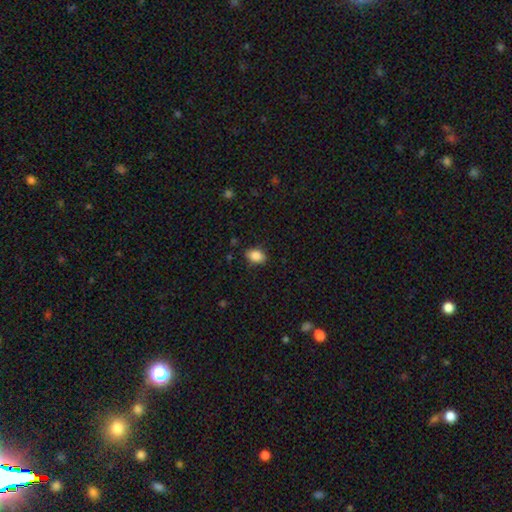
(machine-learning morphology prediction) A smooth galaxy with no disk features (86%) that is in between round and cigar-shaped (82%).

Vote fractions:
- Smooth or featured? smooth: 86% / star or artifact: 8% / featured or disk: 6%
- How rounded? in between: 82% / round: 16% / cigar-shaped: 1%
- Merging? none: 86% / minor disturbance: 11% / major disturbance: 2% / merger: 1%